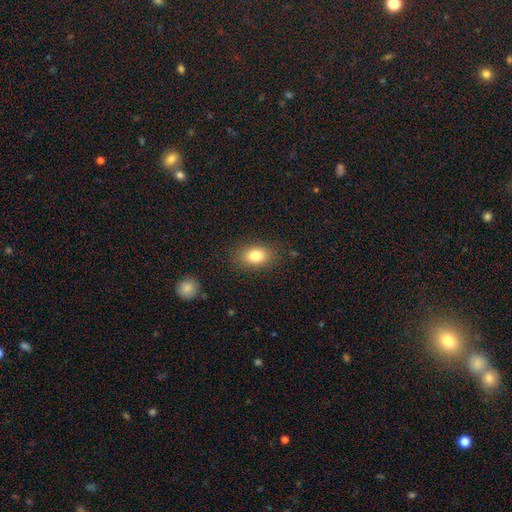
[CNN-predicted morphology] A smooth galaxy with no disk features (81%) that is in between round and cigar-shaped (77%). Merging: none (85%).